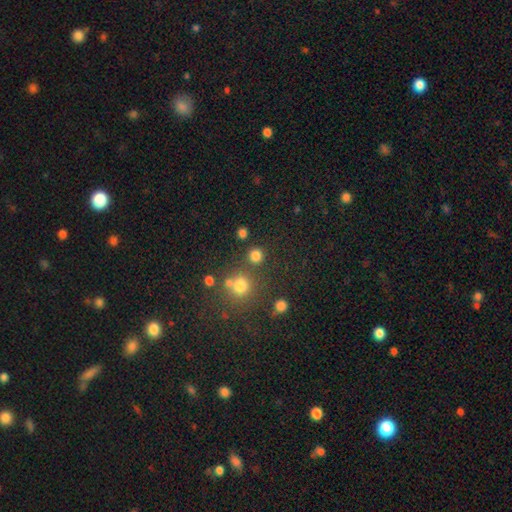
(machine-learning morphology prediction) A smooth galaxy with no disk features (79%) that is round (92%).

Vote fractions:
- Smooth or featured? smooth: 79% / star or artifact: 16% / featured or disk: 5%
- How rounded? round: 92% / in between: 7% / cigar-shaped: 1%
- Merging? none: 82% / merger: 9% / minor disturbance: 7% / major disturbance: 3%